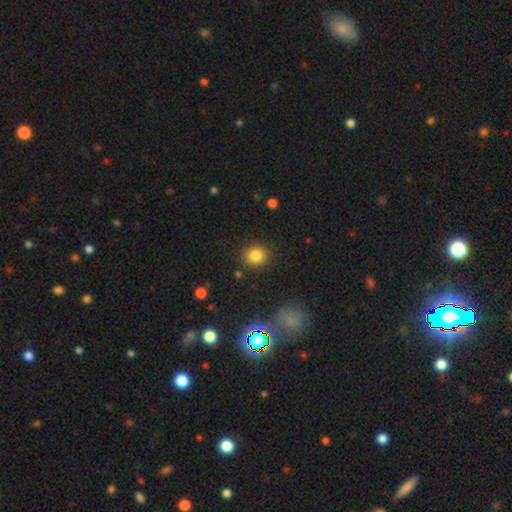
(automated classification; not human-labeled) Q: Smooth or featured?
A: smooth (82%); runner-up: star or artifact (12%)
Q: How rounded?
A: round (79%); runner-up: in between (20%)
Q: Merging?
A: none (87%); runner-up: minor disturbance (8%)